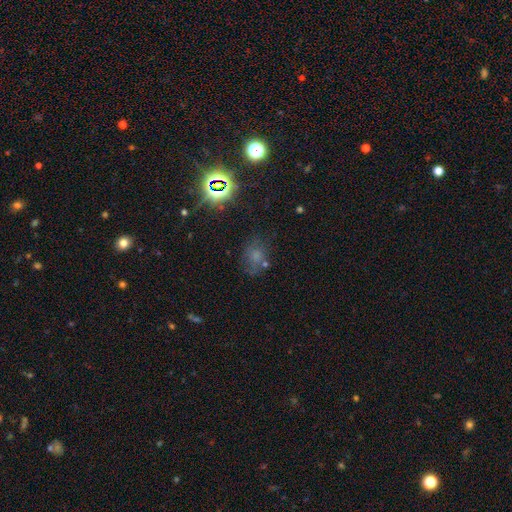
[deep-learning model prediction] Overall: smooth (51%; star or artifact 33%). How rounded: in between (54%; round 44%). Merging: none (59%; minor disturbance 21%).